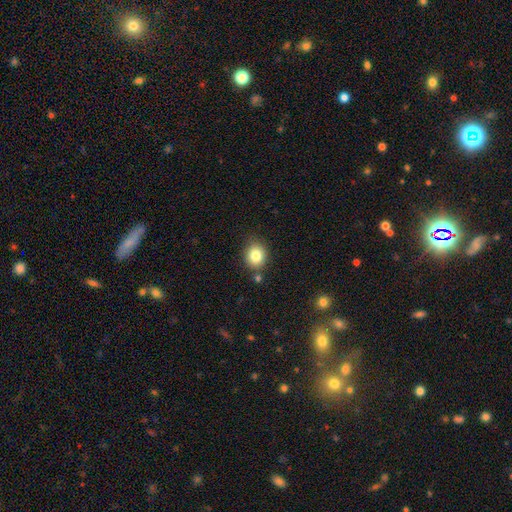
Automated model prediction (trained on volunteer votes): smooth 83%, star or artifact 10%, featured or disk 7%. Down the decision tree: how rounded — round (69%); merging — none (76%).